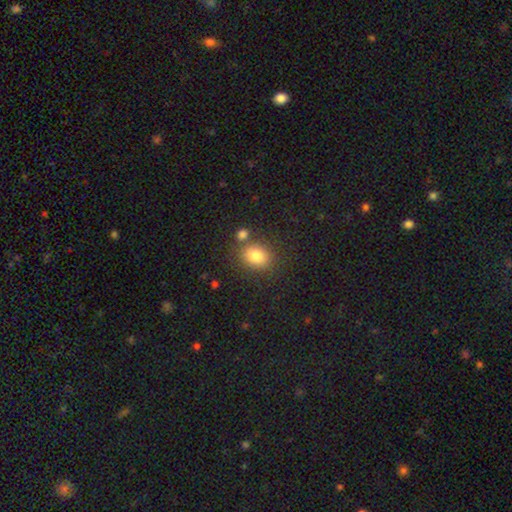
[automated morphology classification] Smooth or featured?
  - smooth: 82% *
  - star or artifact: 11%
  - featured or disk: 8%
How rounded?
  - in between: 53% *
  - round: 46%
  - cigar-shaped: 1%
Merging?
  - none: 71% *
  - merger: 14%
  - minor disturbance: 12%
  - major disturbance: 4%